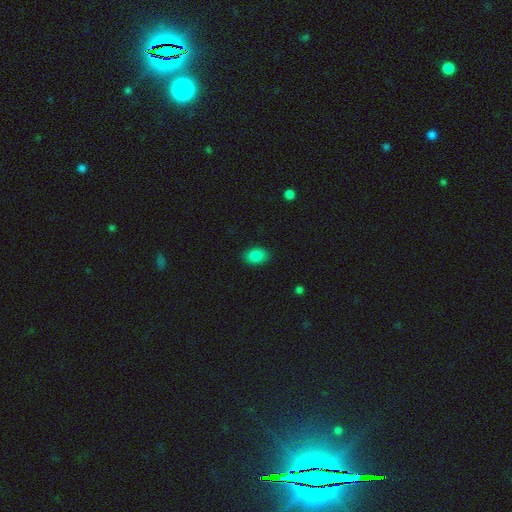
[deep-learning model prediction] This appears to be a smooth galaxy with no disk features (86%) that is in between round and cigar-shaped (84%). Merging: none (87%).